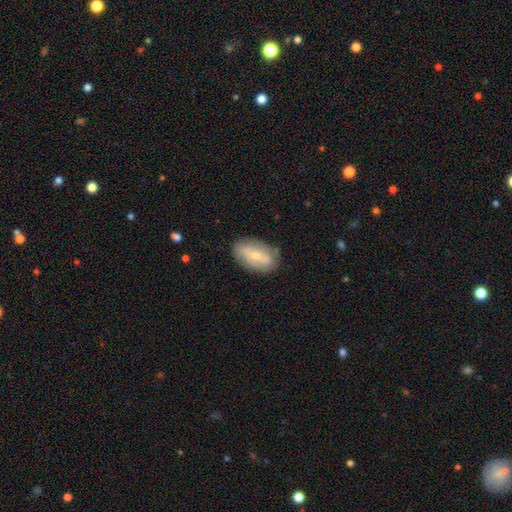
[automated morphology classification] A featured or disk galaxy (52%).

Vote fractions:
- Smooth or featured? featured or disk: 52% / smooth: 41% / star or artifact: 7%
- Edge-on disk? no: 89% / yes: 11%
- Merging? none: 78% / minor disturbance: 16% / major disturbance: 4% / merger: 2%